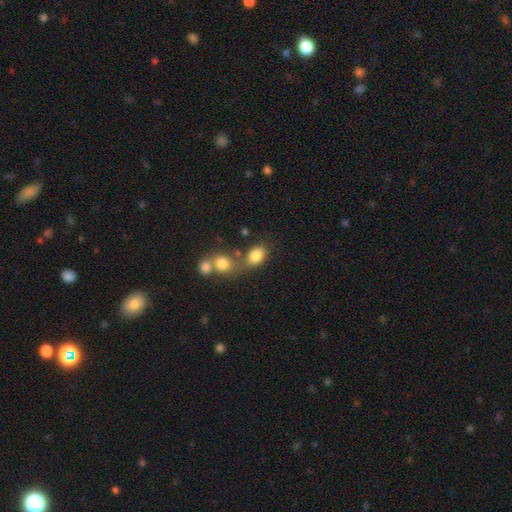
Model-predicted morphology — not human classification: Smooth or featured: smooth — 81% (star or artifact — 10%)
How rounded: in between — 66% (round — 33%)
Merging: none — 45% (merger — 35%)